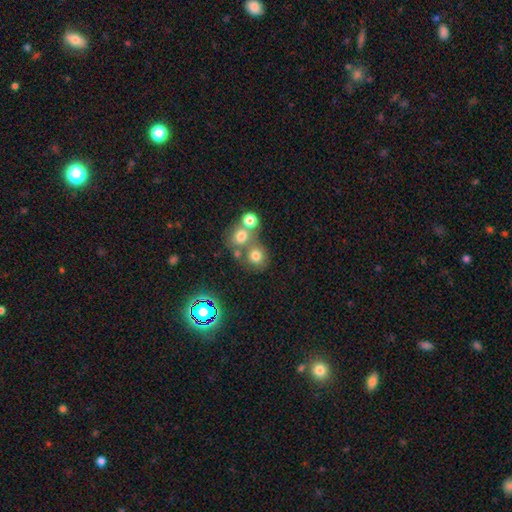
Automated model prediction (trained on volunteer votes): Smooth or featured? Predicted: smooth (p=0.70). How rounded? Predicted: round (p=0.80). Merging? Predicted: none (p=0.48).